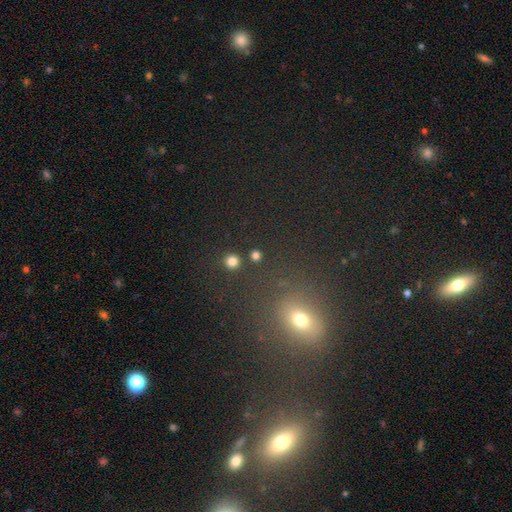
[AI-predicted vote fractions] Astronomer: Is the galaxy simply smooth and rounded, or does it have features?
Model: smooth — 79%.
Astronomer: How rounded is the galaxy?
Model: round — 92%.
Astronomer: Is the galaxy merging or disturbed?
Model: none — 86%.